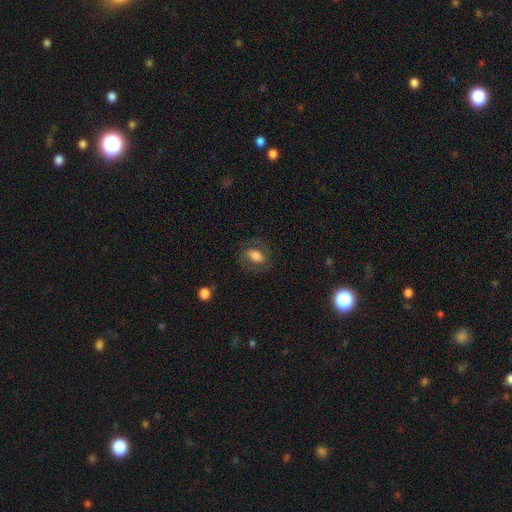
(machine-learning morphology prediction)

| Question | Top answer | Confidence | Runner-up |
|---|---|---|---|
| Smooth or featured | smooth | 51% | featured or disk (40%) |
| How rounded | in between | 73% | round (25%) |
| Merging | none | 71% | minor disturbance (17%) |